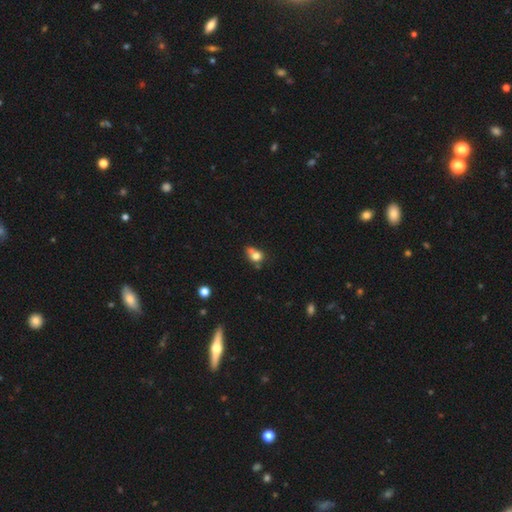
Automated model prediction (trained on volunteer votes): smooth-or-featured: smooth: 72% | featured or disk: 15% | star or artifact: 12%
  how-rounded: round: 58% | in between: 40% | cigar-shaped: 2%
  merging: none: 39% | merger: 25% | minor disturbance: 24% | major disturbance: 11%